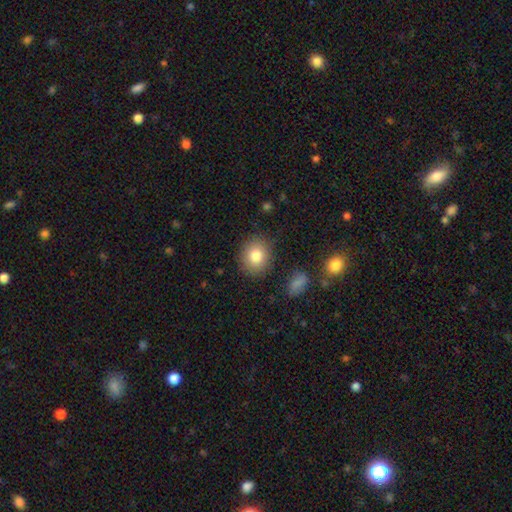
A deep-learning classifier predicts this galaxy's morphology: Overall: smooth (81%). How rounded: round (72%). Merging: none (85%).